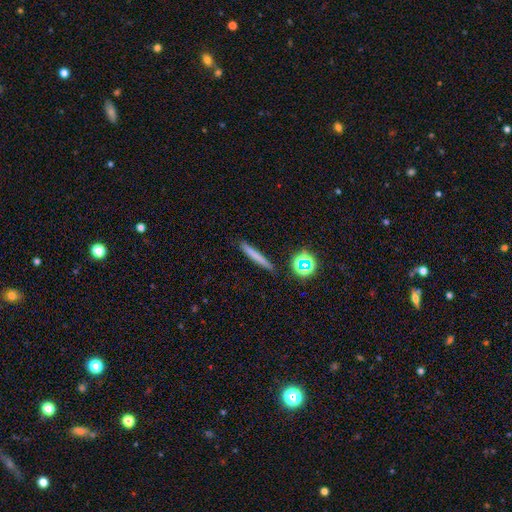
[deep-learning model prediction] Q: Smooth or featured?
A: smooth (69%); runner-up: featured or disk (21%)
Q: How rounded?
A: cigar-shaped (94%); runner-up: in between (4%)
Q: Merging?
A: none (88%); runner-up: minor disturbance (8%)